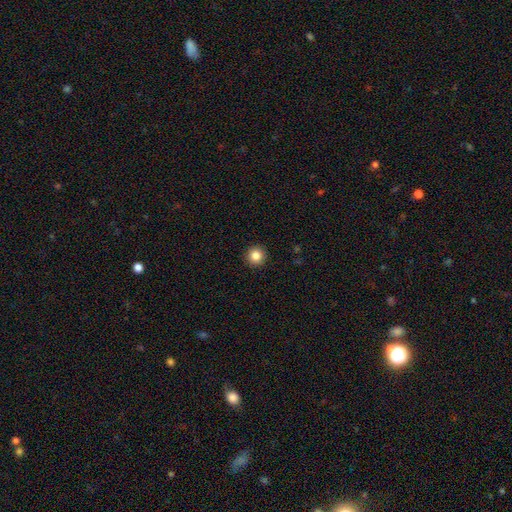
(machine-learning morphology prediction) smooth 84%, star or artifact 11%, featured or disk 5%. Down the decision tree: how rounded — round (96%); merging — none (93%).